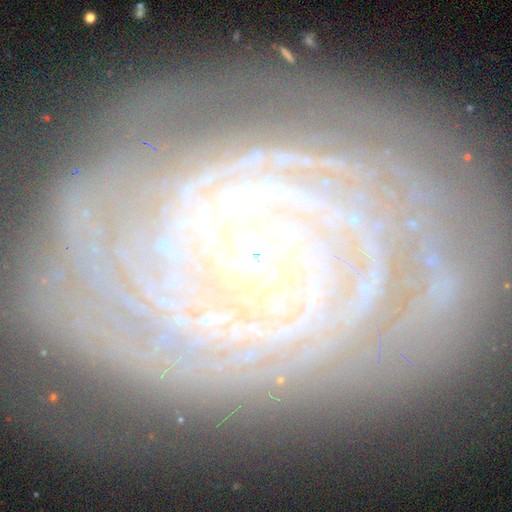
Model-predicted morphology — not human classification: A featured or disk galaxy (87%) with no bar (56%), tight (82%) spiral arms (96%) and a small central bulge (49%).

Vote fractions:
- Smooth or featured? featured or disk: 87% / smooth: 7% / star or artifact: 6%
- Edge-on disk? no: 96% / yes: 4%
- Bar? no: 56% / weak: 27% / strong: 16%
- Spiral arms? yes: 96% / no: 4%
- Spiral winding? tight: 82% / medium: 14% / loose: 4%
- Spiral arm count? can't tell: 29% / 2: 18% / 3: 15% / more than 4: 15% / 4: 14% / 1: 9%
- Bulge size? small: 49% / moderate: 45% / large: 3% / none: 2% / dominant: 1%
- Merging? none: 73% / minor disturbance: 17% / major disturbance: 7% / merger: 3%